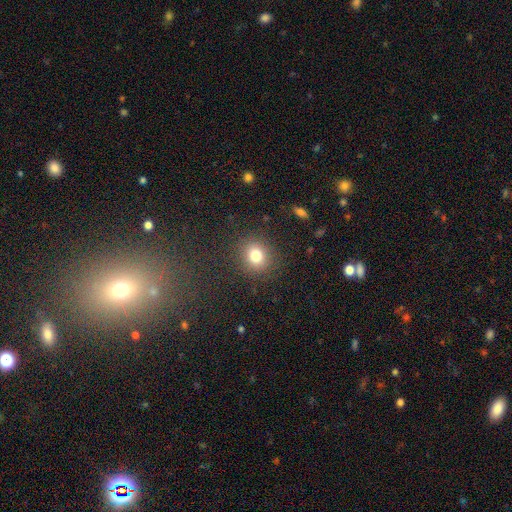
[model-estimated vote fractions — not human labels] The model was most divided on "how rounded": round: 75%, in between: 24%, cigar-shaped: 1%. More confident: merging — none (86%); smooth or featured — smooth (79%).